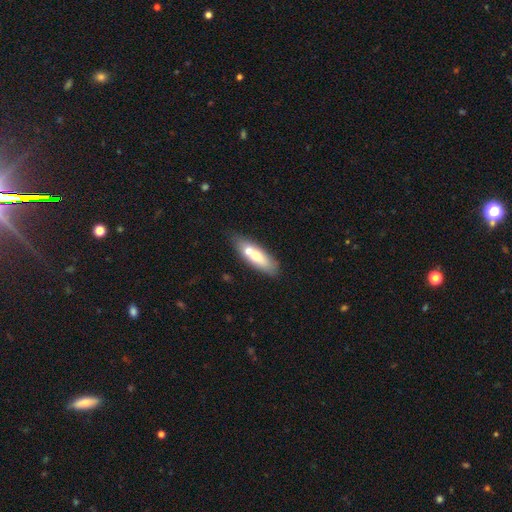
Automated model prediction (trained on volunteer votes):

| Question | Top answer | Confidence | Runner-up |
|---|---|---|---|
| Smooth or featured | smooth | 60% | featured or disk (33%) |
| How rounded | in between | 58% | cigar-shaped (39%) |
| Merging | none | 51% | merger (34%) |